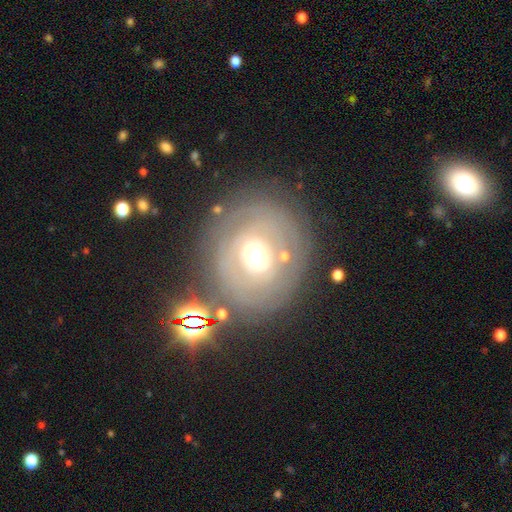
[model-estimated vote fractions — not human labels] Q: Smooth or featured?
A: featured or disk (58%); runner-up: smooth (29%)
Q: Edge-on disk?
A: no (96%); runner-up: yes (4%)
Q: Bar?
A: no (64%); runner-up: weak (25%)
Q: Spiral arms?
A: no (56%); runner-up: yes (44%)
Q: Bulge size?
A: moderate (60%); runner-up: large (26%)
Q: Merging?
A: none (70%); runner-up: minor disturbance (14%)